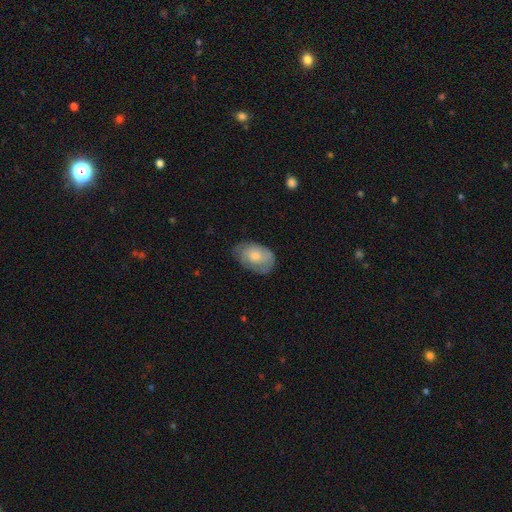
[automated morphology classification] The model was most divided on "smooth or featured": smooth: 55%, featured or disk: 38%, star or artifact: 6%. More confident: how rounded — in between (85%); merging — none (64%).